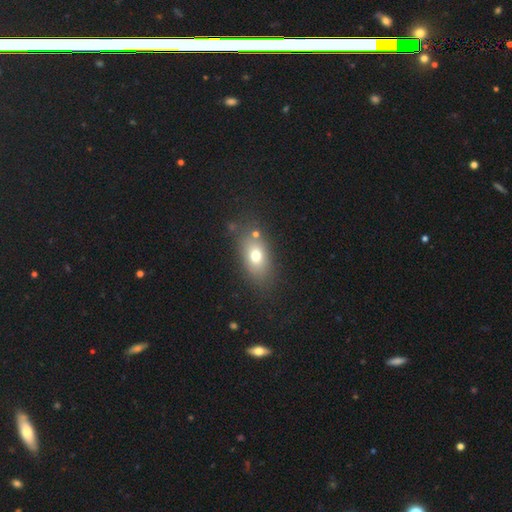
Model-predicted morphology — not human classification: Smooth or featured? smooth (70%)
How rounded? in between (76%)
Merging? none (73%)